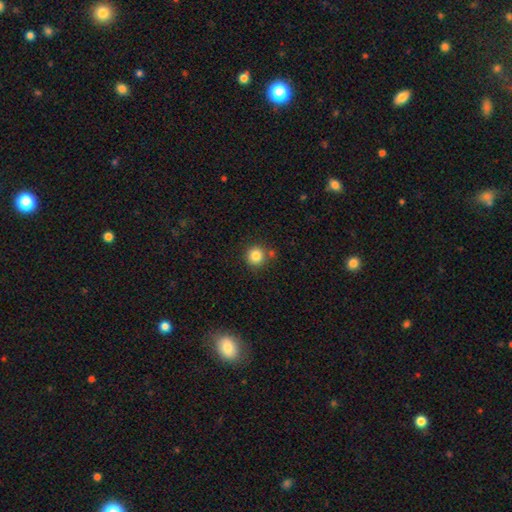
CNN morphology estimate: The model was most divided on "merging": none: 79%, minor disturbance: 10%, merger: 8%, major disturbance: 3%. More confident: how rounded — round (93%); smooth or featured — smooth (84%).